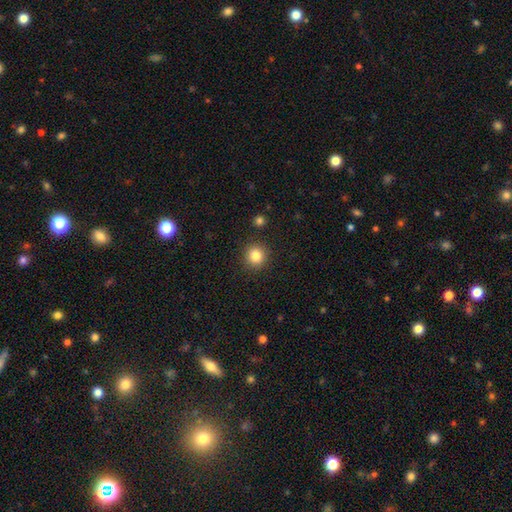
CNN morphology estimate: The model was most divided on "smooth or featured": smooth: 84%, star or artifact: 11%, featured or disk: 5%. More confident: how rounded — round (92%); merging — none (90%).